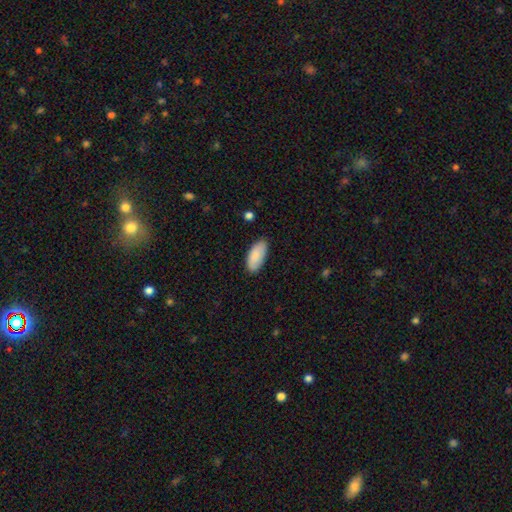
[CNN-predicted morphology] smooth-or-featured: smooth: 88% | featured or disk: 6% | star or artifact: 6%
  how-rounded: in between: 90% | cigar-shaped: 8% | round: 2%
  merging: none: 84% | minor disturbance: 12% | major disturbance: 2% | merger: 1%